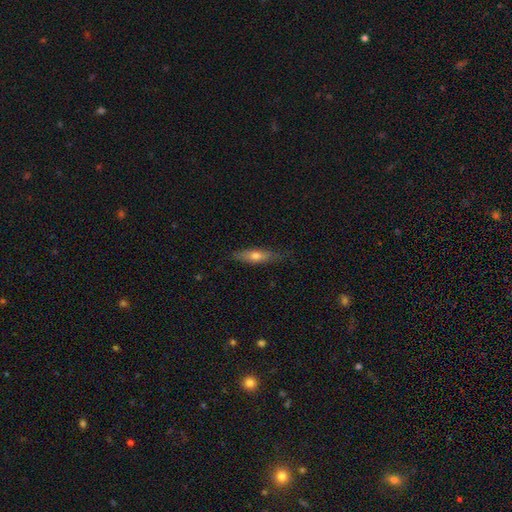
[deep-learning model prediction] Smooth or featured?
  - smooth: 58% *
  - featured or disk: 35%
  - star or artifact: 7%
How rounded?
  - cigar-shaped: 62% *
  - in between: 35%
  - round: 3%
Merging?
  - none: 78% *
  - minor disturbance: 18%
  - major disturbance: 4%
  - merger: 1%